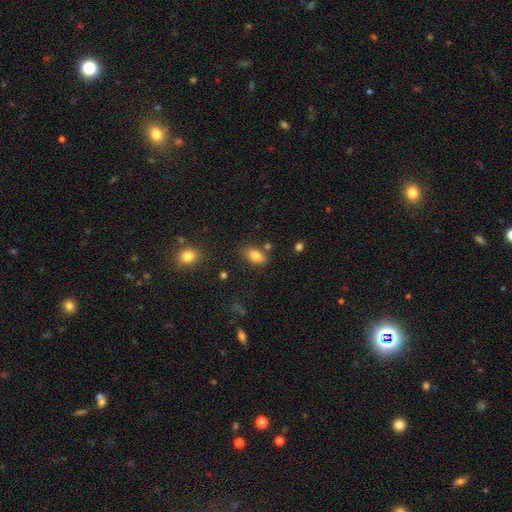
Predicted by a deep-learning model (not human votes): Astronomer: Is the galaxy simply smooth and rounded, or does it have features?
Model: smooth — 82%.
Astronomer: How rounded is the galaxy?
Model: in between — 89%.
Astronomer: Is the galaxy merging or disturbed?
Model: none — 77%.